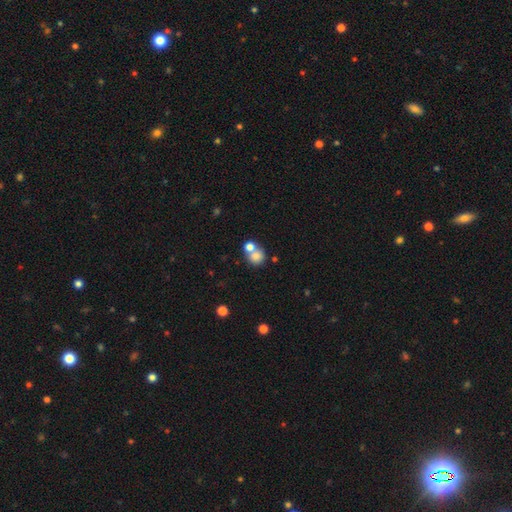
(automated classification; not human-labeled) Q: Smooth or featured?
A: smooth (78%); runner-up: featured or disk (11%)
Q: How rounded?
A: round (79%); runner-up: in between (20%)
Q: Merging?
A: merger (46%); runner-up: none (41%)